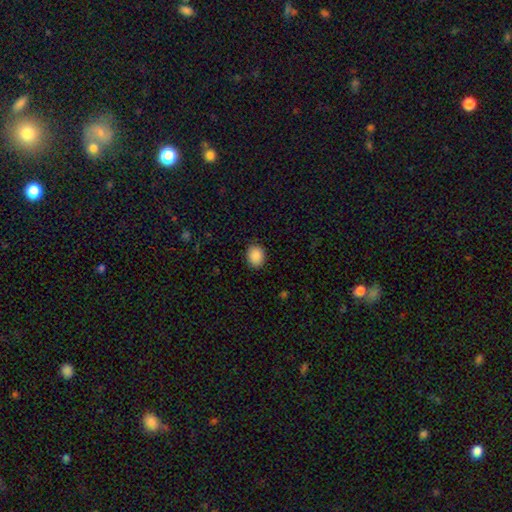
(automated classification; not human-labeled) Smooth or featured?
  - smooth: 89% *
  - star or artifact: 8%
  - featured or disk: 3%
How rounded?
  - round: 54% *
  - in between: 45%
  - cigar-shaped: 1%
Merging?
  - none: 90% *
  - minor disturbance: 7%
  - major disturbance: 2%
  - merger: 1%